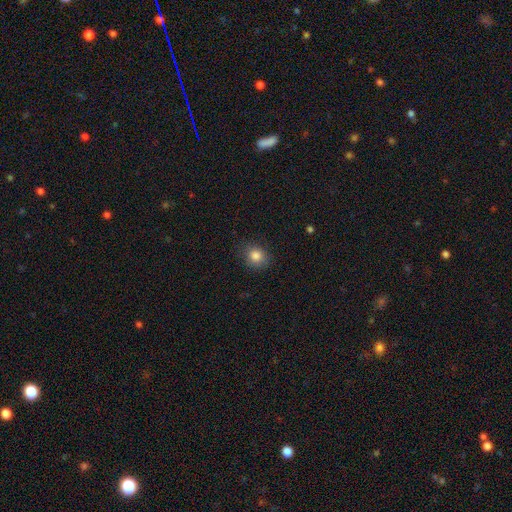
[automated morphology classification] A smooth galaxy with no disk features (84%) that is round (72%).

Vote fractions:
- Smooth or featured? smooth: 84% / star or artifact: 11% / featured or disk: 6%
- How rounded? round: 72% / in between: 27% / cigar-shaped: 1%
- Merging? none: 84% / minor disturbance: 12% / major disturbance: 3% / merger: 1%